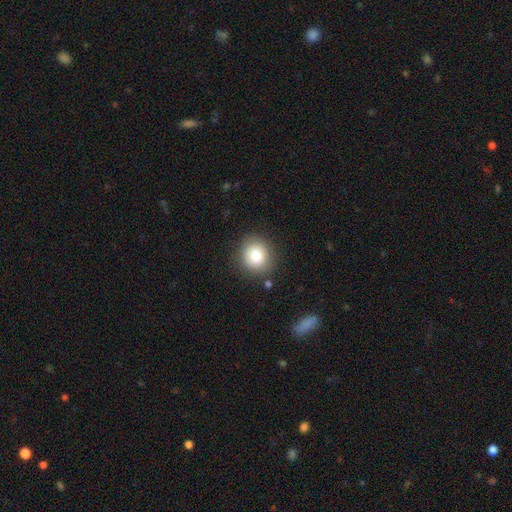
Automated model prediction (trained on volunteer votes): A smooth galaxy with no disk features (83%) that is round (81%). Merging: none (84%).